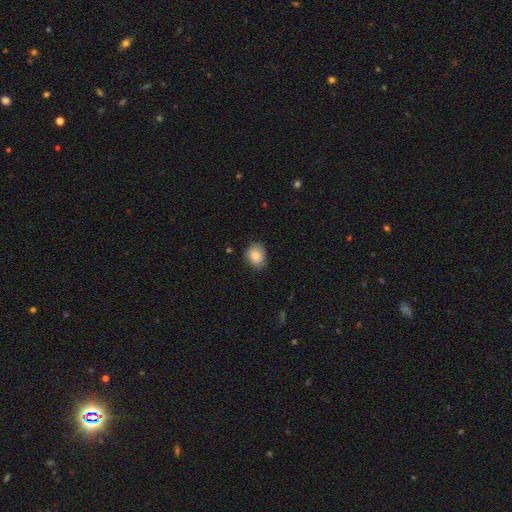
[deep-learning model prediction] Morphology: type=smooth (83%); roundness=round (54%); merging=none (73%).